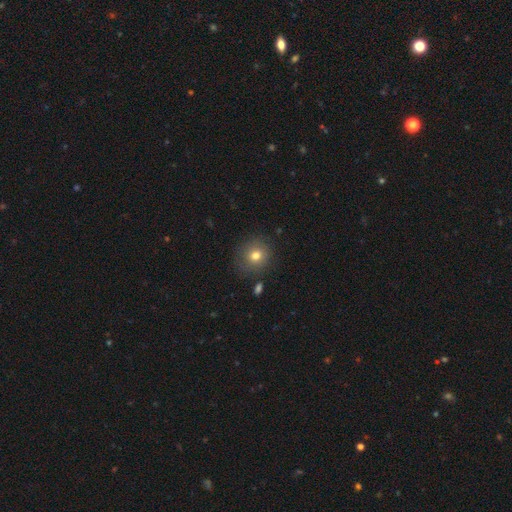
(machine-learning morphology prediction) Smooth or featured? Predicted: smooth (p=0.77). How rounded? Predicted: round (p=0.85). Merging? Predicted: none (p=0.82).